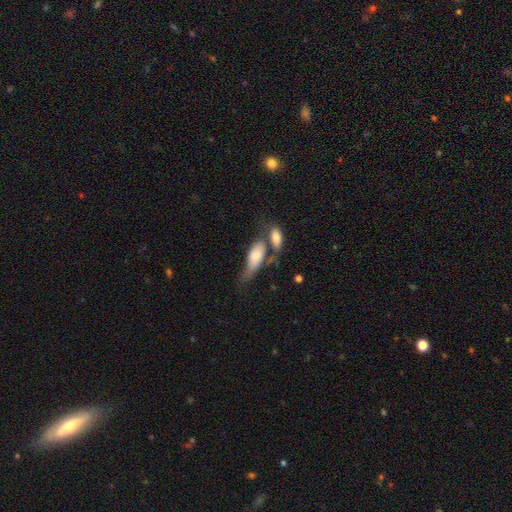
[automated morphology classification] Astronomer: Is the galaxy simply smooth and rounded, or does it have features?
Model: smooth — 69%.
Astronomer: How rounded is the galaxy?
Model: in between — 74%.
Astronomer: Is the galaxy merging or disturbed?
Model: merger — 37% (runner-up: none, 30%).